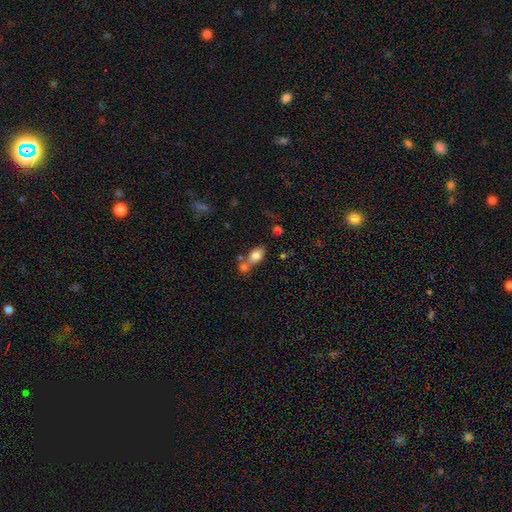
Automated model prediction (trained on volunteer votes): Morphology: type=smooth (79%); roundness=in between (82%); merging=merger (46%).